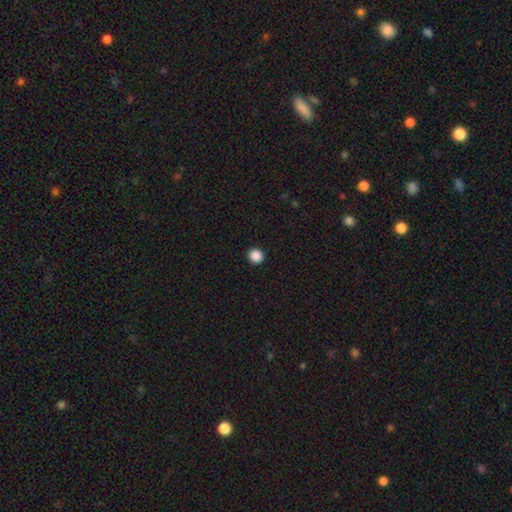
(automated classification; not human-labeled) Q: Smooth or featured?
A: smooth (88%); runner-up: star or artifact (10%)
Q: How rounded?
A: round (95%); runner-up: in between (4%)
Q: Merging?
A: none (94%); runner-up: minor disturbance (4%)